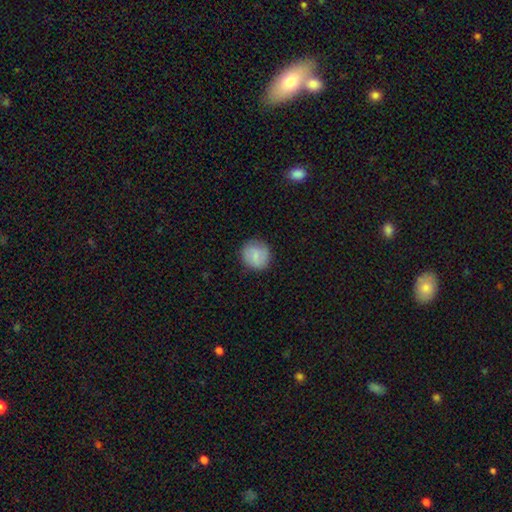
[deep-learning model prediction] The model was most divided on "smooth or featured": smooth: 80%, featured or disk: 13%, star or artifact: 7%. More confident: how rounded — round (90%); merging — none (84%).